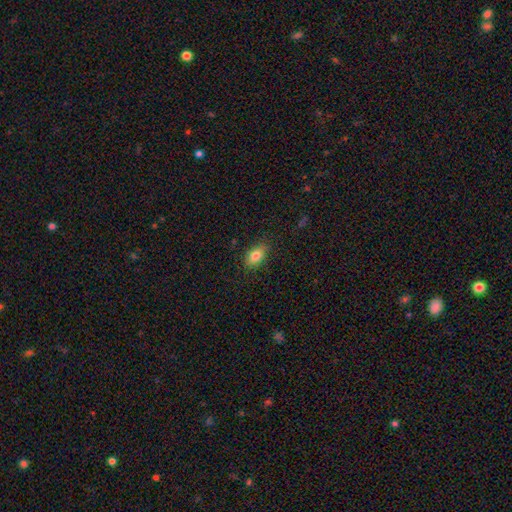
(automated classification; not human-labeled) Smooth or featured?
  - smooth: 82% *
  - featured or disk: 10%
  - star or artifact: 8%
How rounded?
  - in between: 87% *
  - round: 9%
  - cigar-shaped: 4%
Merging?
  - none: 84% *
  - minor disturbance: 12%
  - major disturbance: 3%
  - merger: 1%